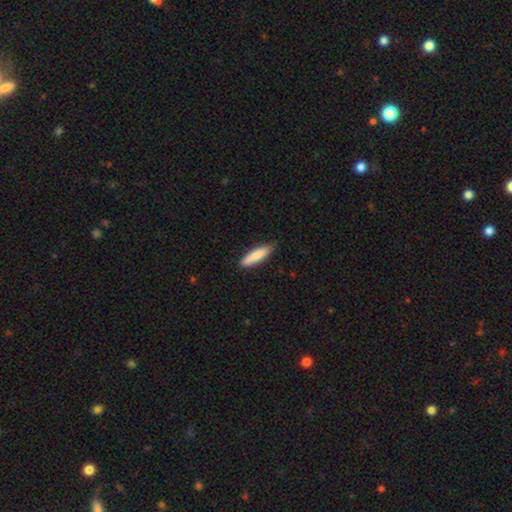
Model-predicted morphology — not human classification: The model was most divided on "how rounded": cigar-shaped: 68%, in between: 30%, round: 1%. More confident: merging — none (82%); smooth or featured — smooth (81%).